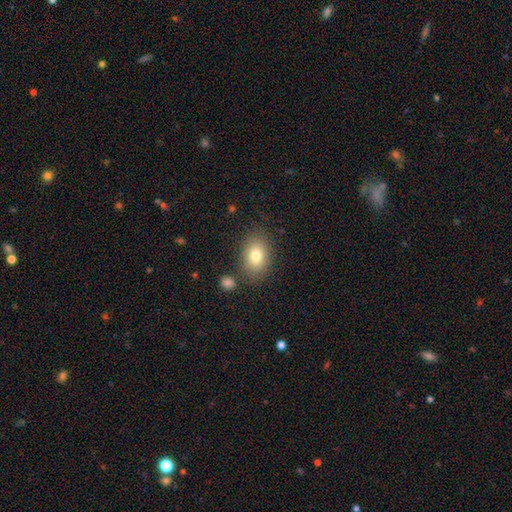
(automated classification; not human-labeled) A smooth galaxy with no disk features (79%) that is in between round and cigar-shaped (76%).

Vote fractions:
- Smooth or featured? smooth: 79% / featured or disk: 12% / star or artifact: 9%
- How rounded? in between: 76% / round: 23% / cigar-shaped: 1%
- Merging? none: 80% / minor disturbance: 12% / merger: 5% / major disturbance: 4%